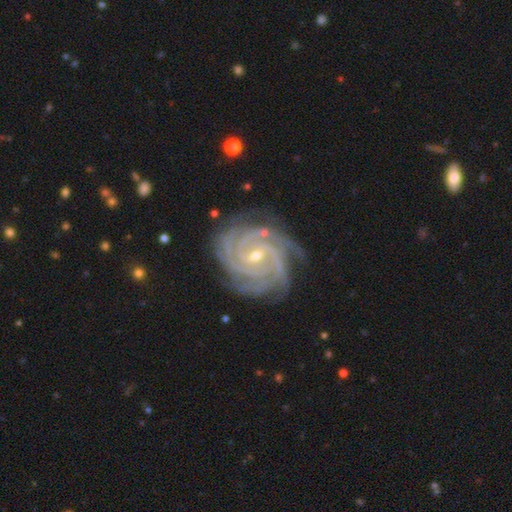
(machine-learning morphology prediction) Q: Smooth or featured?
A: featured or disk (93%); runner-up: star or artifact (4%)
Q: Edge-on disk?
A: no (98%); runner-up: yes (2%)
Q: Bar?
A: weak (47%); runner-up: no (31%)
Q: Spiral arms?
A: yes (99%); runner-up: no (1%)
Q: Spiral winding?
A: tight (82%); runner-up: medium (16%)
Q: Spiral arm count?
A: 4 (39%); runner-up: 3 (18%)
Q: Bulge size?
A: small (61%); runner-up: moderate (36%)
Q: Merging?
A: none (79%); runner-up: minor disturbance (15%)